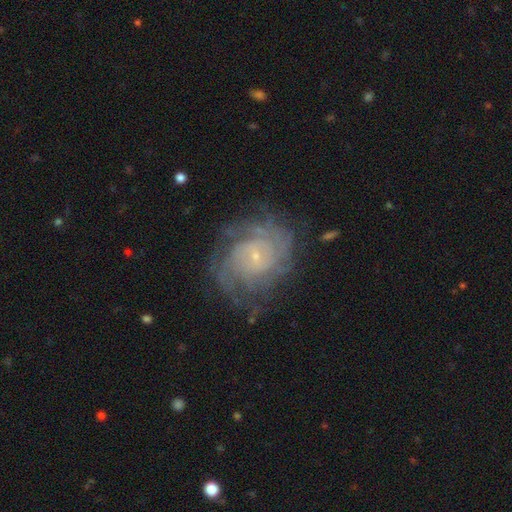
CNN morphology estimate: Q: Smooth or featured?
A: featured or disk (83%); runner-up: smooth (10%)
Q: Edge-on disk?
A: no (97%); runner-up: yes (3%)
Q: Bar?
A: no (65%); runner-up: weak (29%)
Q: Spiral arms?
A: yes (94%); runner-up: no (6%)
Q: Spiral winding?
A: tight (69%); runner-up: medium (25%)
Q: Spiral arm count?
A: can't tell (41%); runner-up: 2 (17%)
Q: Bulge size?
A: small (83%); runner-up: moderate (12%)
Q: Merging?
A: none (73%); runner-up: minor disturbance (17%)